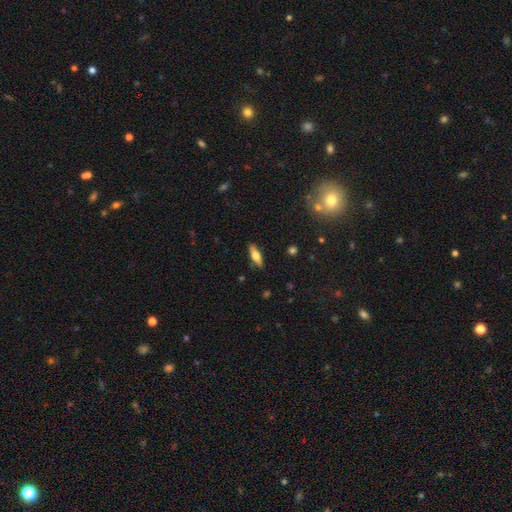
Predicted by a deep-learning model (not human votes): Smooth or featured?
  - smooth: 61% *
  - featured or disk: 33%
  - star or artifact: 7%
How rounded?
  - in between: 52% *
  - cigar-shaped: 45%
  - round: 2%
Merging?
  - none: 87% *
  - minor disturbance: 10%
  - major disturbance: 2%
  - merger: 1%